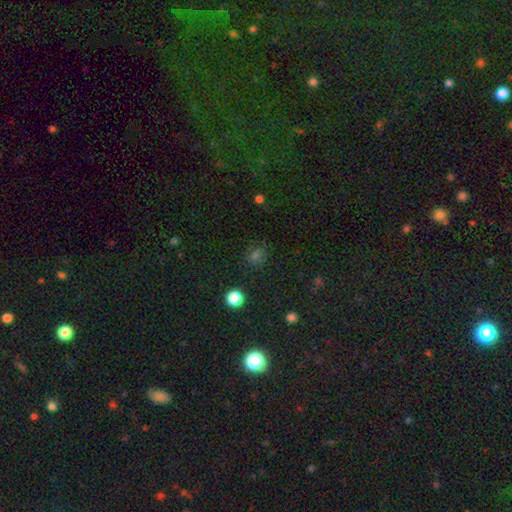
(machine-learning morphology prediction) A smooth galaxy with no disk features (61%) that is round (81%).

Vote fractions:
- Smooth or featured? smooth: 61% / star or artifact: 32% / featured or disk: 8%
- How rounded? round: 81% / in between: 18% / cigar-shaped: 1%
- Merging? none: 81% / minor disturbance: 12% / major disturbance: 5% / merger: 2%